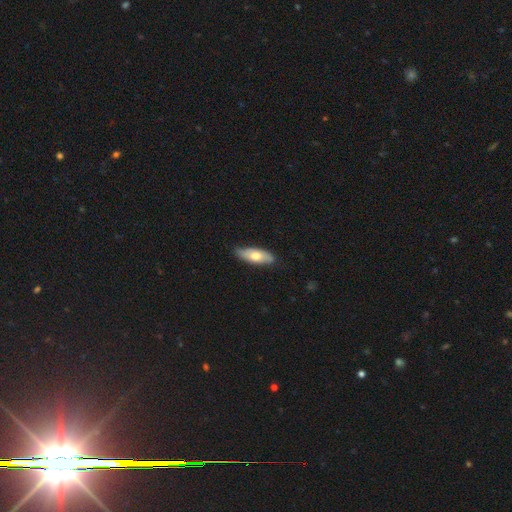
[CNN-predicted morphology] Overall: smooth (64%; featured or disk 31%). How rounded: in between (75%). Merging: none (79%).